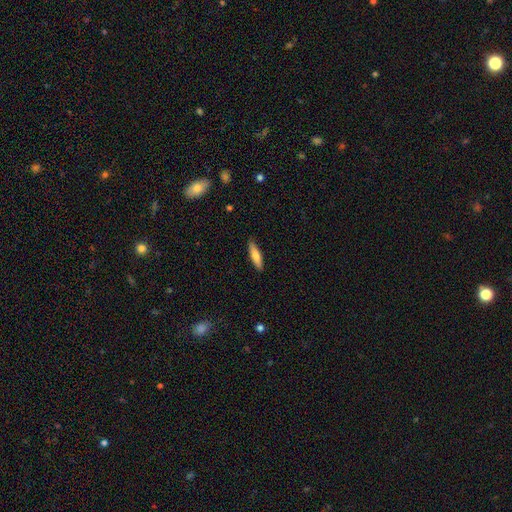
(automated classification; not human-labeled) smooth-or-featured: smooth: 70% | featured or disk: 24% | star or artifact: 6%
  how-rounded: cigar-shaped: 75% | in between: 24% | round: 2%
  merging: none: 89% | minor disturbance: 9% | major disturbance: 2% | merger: 1%